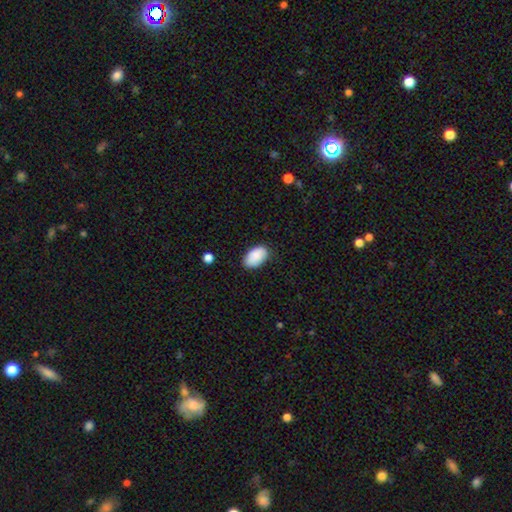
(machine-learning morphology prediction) This is clearly a smooth galaxy (89%). How rounded: clearly in between (94%). Merging: clearly none (81%).